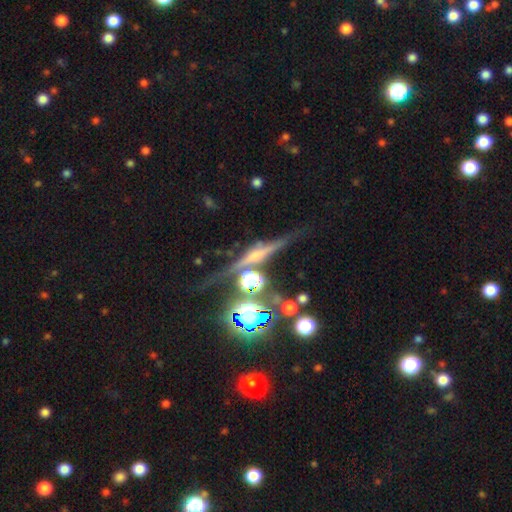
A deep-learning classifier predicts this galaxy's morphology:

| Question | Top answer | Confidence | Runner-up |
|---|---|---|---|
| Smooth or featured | featured or disk | 71% | smooth (15%) |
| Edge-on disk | yes | 93% | no (7%) |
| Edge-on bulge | rounded | 72% | boxy (19%) |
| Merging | none | 74% | minor disturbance (14%) |